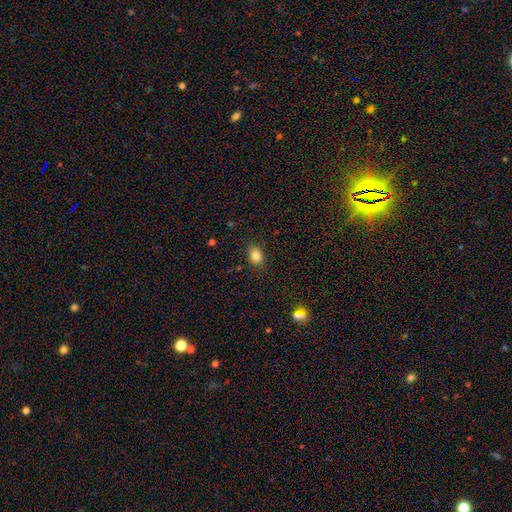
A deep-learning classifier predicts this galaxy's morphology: This is clearly a smooth galaxy (83%). How rounded: likely in between (66%). Merging: clearly none (85%).